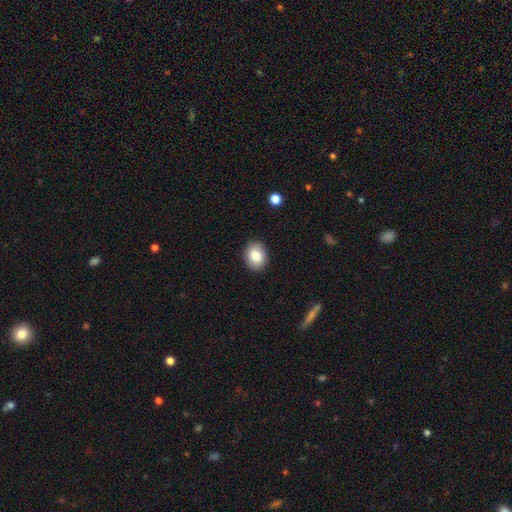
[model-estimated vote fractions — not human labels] smooth-or-featured: smooth: 82% | featured or disk: 10% | star or artifact: 9%
  how-rounded: round: 52% | in between: 47% | cigar-shaped: 1%
  merging: none: 90% | minor disturbance: 7% | major disturbance: 2% | merger: 1%